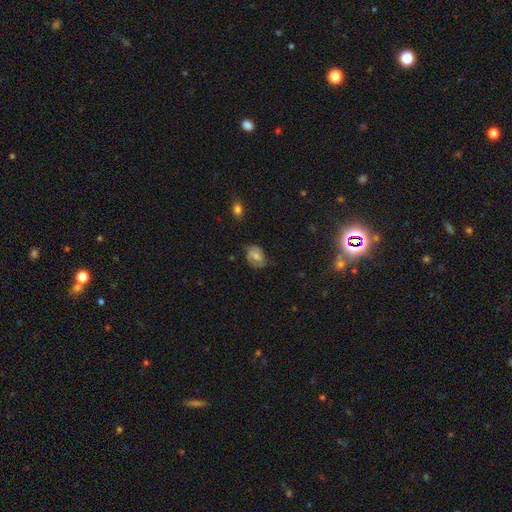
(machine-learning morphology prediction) This appears to be a featured or disk galaxy (48%). Merging: none (68%).